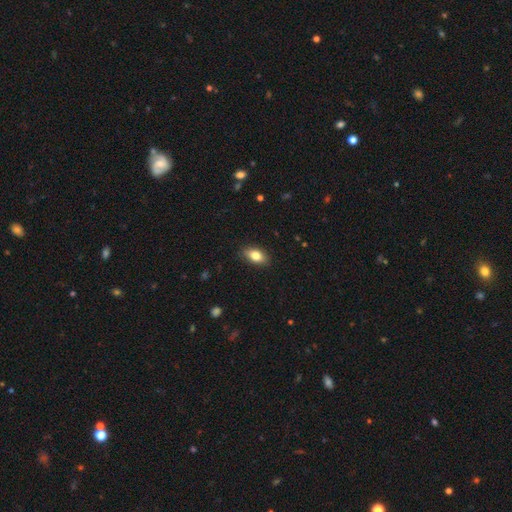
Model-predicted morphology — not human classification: Smooth or featured? smooth (79%)
How rounded? in between (86%)
Merging? none (86%)